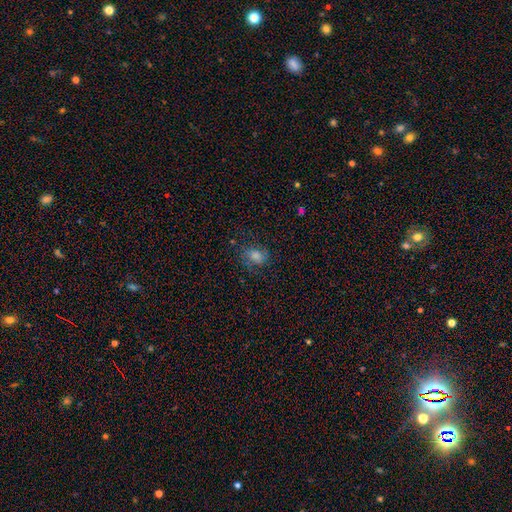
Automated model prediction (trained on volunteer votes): smooth_or_featured: smooth (p=0.52) [alt: featured or disk p=0.29]
how_rounded: in between (p=0.59) [alt: round p=0.40]
merging: none (p=0.69) [alt: minor disturbance p=0.18]